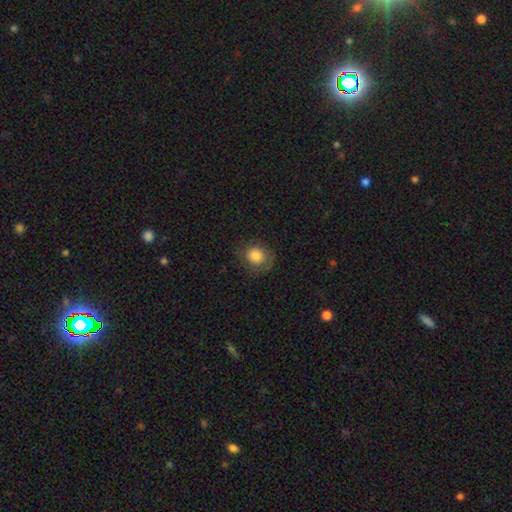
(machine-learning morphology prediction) Smooth or featured: smooth — 78% (featured or disk — 13%)
How rounded: round — 75% (in between — 24%)
Merging: none — 74% (minor disturbance — 17%)